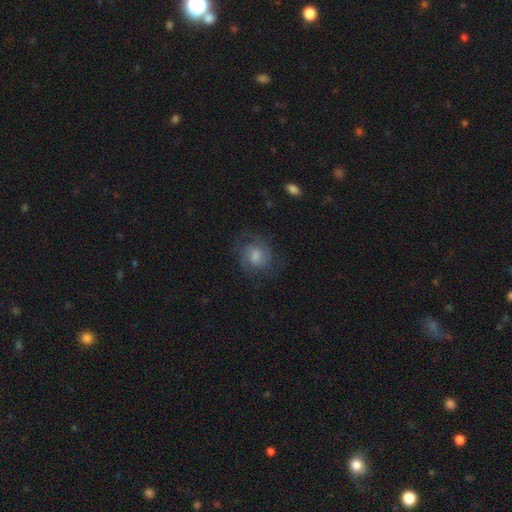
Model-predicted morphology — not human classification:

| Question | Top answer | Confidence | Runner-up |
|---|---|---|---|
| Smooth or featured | featured or disk | 56% | smooth (31%) |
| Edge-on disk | no | 97% | yes (3%) |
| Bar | no | 59% | weak (36%) |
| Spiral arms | yes | 88% | no (12%) |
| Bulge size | moderate | 42% | small (26%) |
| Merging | none | 71% | minor disturbance (17%) |